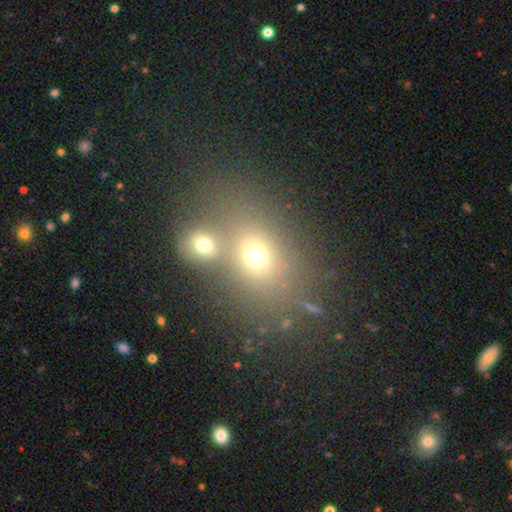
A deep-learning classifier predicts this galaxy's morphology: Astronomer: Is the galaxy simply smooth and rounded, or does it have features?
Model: smooth — 66%.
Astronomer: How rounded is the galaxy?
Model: round — 52% (runner-up: in between, 46%).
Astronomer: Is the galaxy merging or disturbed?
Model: none — 43% (runner-up: merger, 41%).